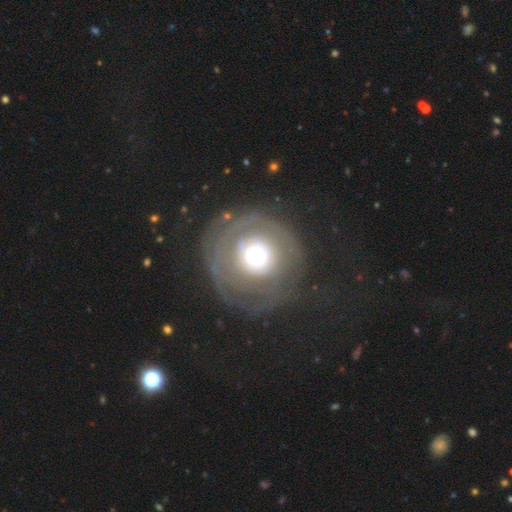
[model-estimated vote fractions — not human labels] The model was most divided on "smooth or featured": featured or disk: 56%, smooth: 35%, star or artifact: 9%. Remaining: edge-on disk — no (95%); bar — no (88%); spiral arms — no (62%); merging — none (60%); bulge size — moderate (48%).